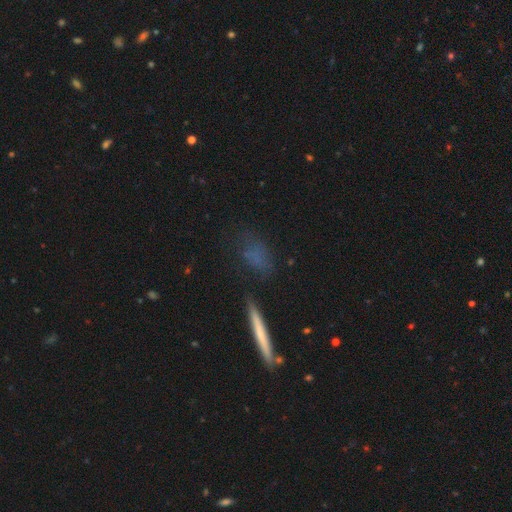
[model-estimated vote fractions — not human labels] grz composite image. It shows a smooth galaxy with no disk features (63%) that is cigar-shaped (42%). Merging: none (69%).